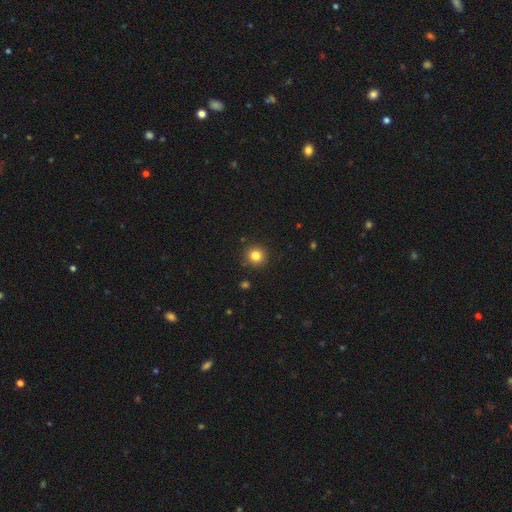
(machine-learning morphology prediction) Overall: smooth (82%). How rounded: round (93%). Merging: none (91%).